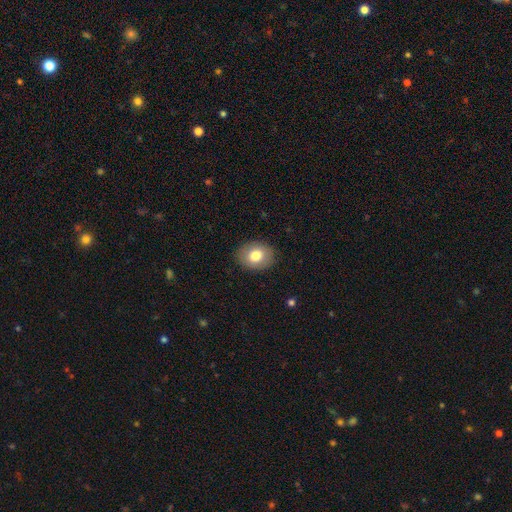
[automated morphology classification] This appears to be a smooth galaxy with no disk features (79%) that is in between round and cigar-shaped (51%). Merging: none (89%).